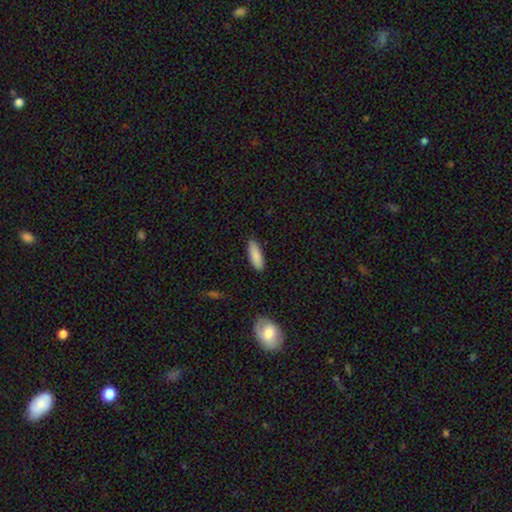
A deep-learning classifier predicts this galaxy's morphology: type=smooth (87%); roundness=in between (51%); merging=none (88%).